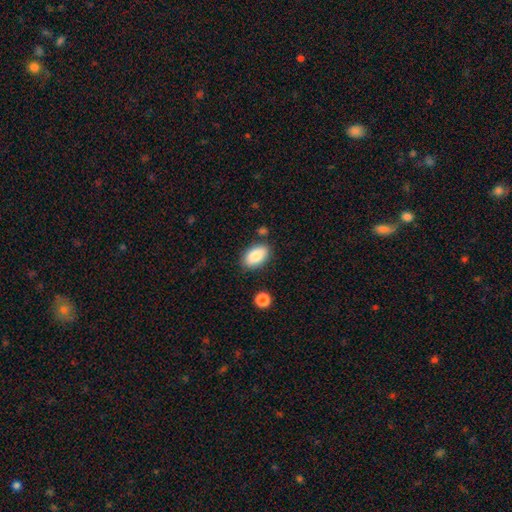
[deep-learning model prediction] Smooth or featured? smooth (87%)
How rounded? in between (93%)
Merging? none (82%)